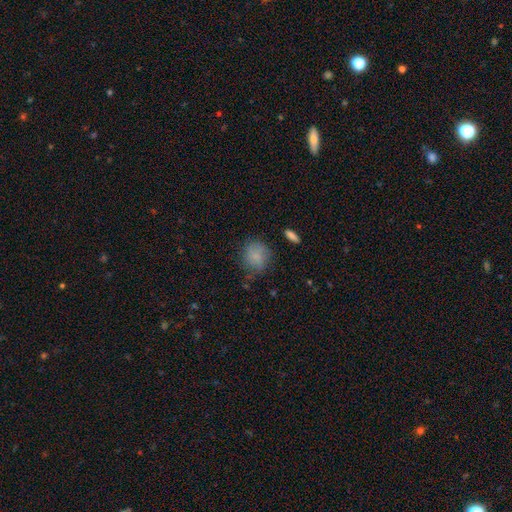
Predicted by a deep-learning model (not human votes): Q: Smooth or featured?
A: smooth (79%); runner-up: featured or disk (12%)
Q: How rounded?
A: round (77%); runner-up: in between (22%)
Q: Merging?
A: none (67%); runner-up: minor disturbance (23%)